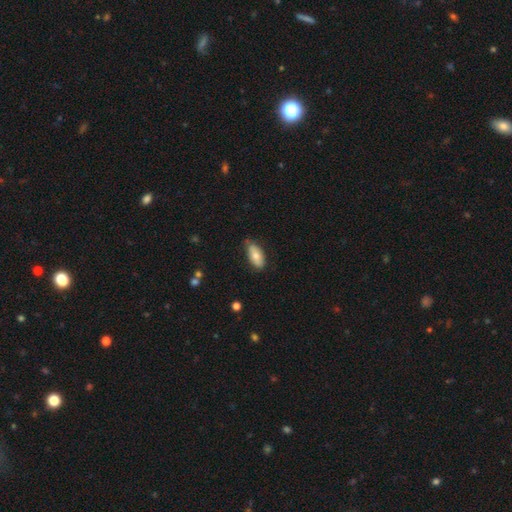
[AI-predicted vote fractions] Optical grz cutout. It shows a smooth galaxy with no disk features (73%) that is in between round and cigar-shaped (88%). Merging: none (72%).